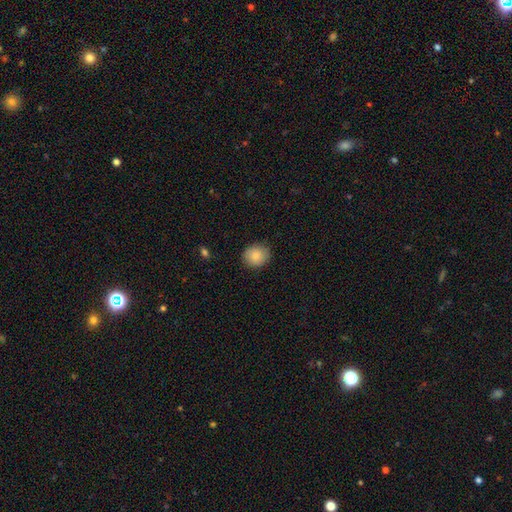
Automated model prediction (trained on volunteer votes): This appears to be a smooth galaxy with no disk features (86%) that is round (72%). Merging: none (87%).